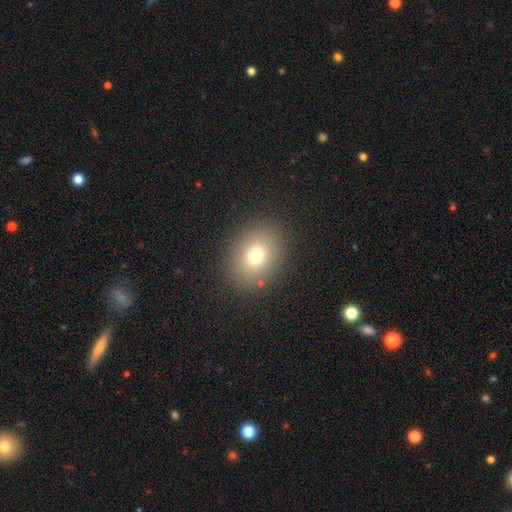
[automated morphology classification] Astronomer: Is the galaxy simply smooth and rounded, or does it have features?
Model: smooth — 75%.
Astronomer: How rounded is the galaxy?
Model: in between — 55% (runner-up: round, 44%).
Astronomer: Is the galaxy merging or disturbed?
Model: none — 86%.